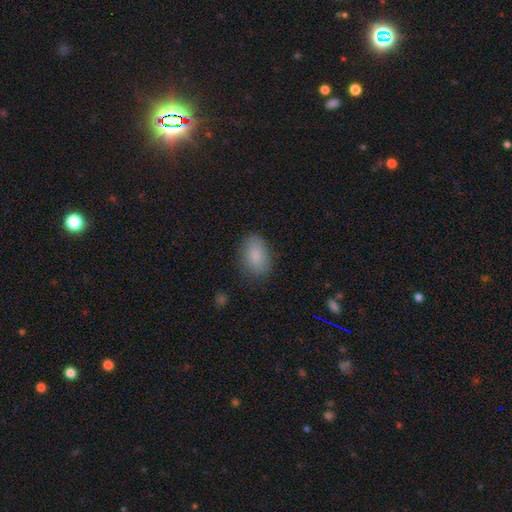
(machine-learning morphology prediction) Overall: smooth (86%). How rounded: in between (90%). Merging: none (80%).